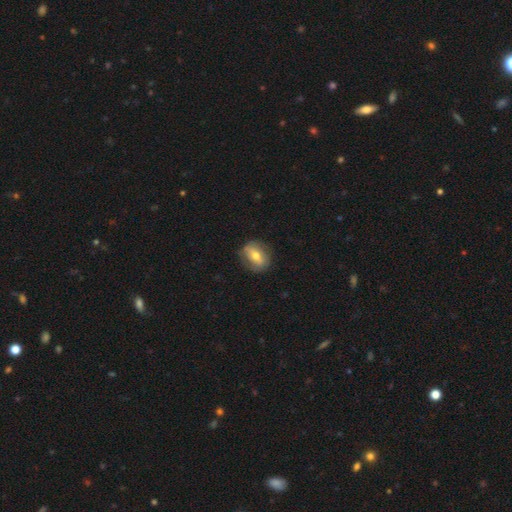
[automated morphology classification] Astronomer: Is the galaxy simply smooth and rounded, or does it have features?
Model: smooth — 54% (runner-up: featured or disk, 38%).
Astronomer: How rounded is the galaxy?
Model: in between — 57% (runner-up: round, 40%).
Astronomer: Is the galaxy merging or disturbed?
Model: none — 78%.